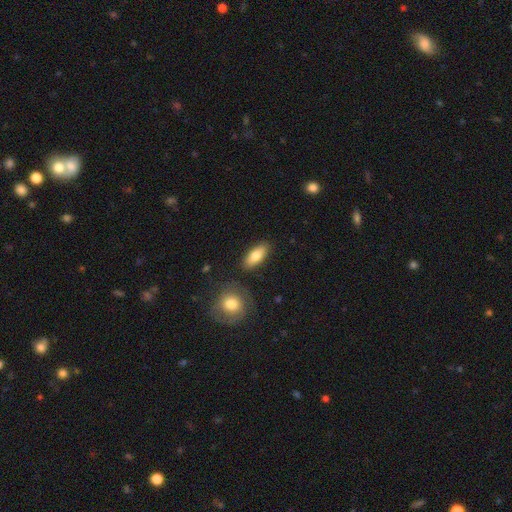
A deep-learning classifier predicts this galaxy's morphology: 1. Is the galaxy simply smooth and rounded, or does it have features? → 80% smooth, 14% featured or disk, 6% star or artifact.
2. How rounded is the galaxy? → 82% in between, 15% cigar-shaped, 3% round.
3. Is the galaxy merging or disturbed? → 84% none, 10% minor disturbance, 3% merger, 2% major disturbance.